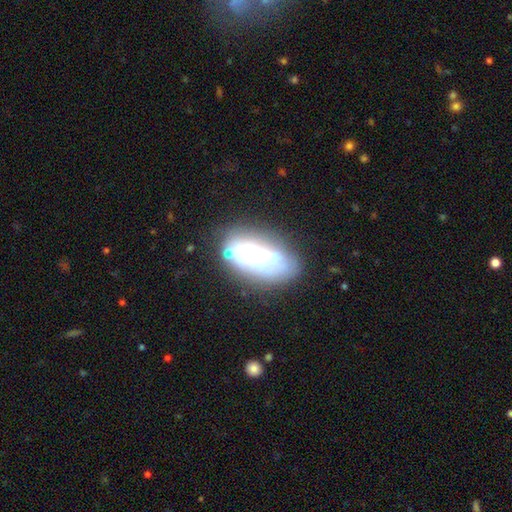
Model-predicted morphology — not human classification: type=featured or disk (52%); edge-on=no (90%); merging=none (44%).